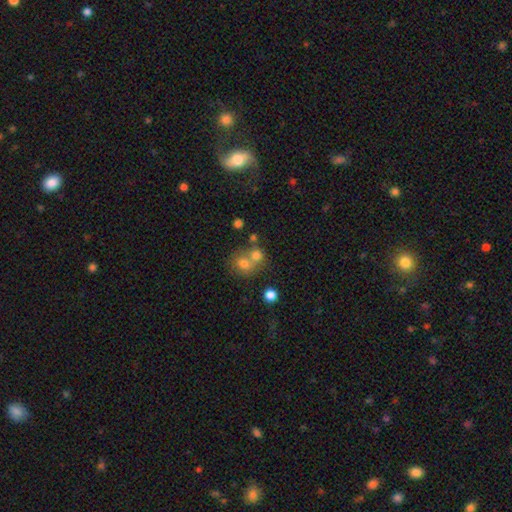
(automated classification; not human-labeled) smooth 53%, star or artifact 29%, featured or disk 18%. Down the decision tree: how rounded — round (81%); merging — none (52%).